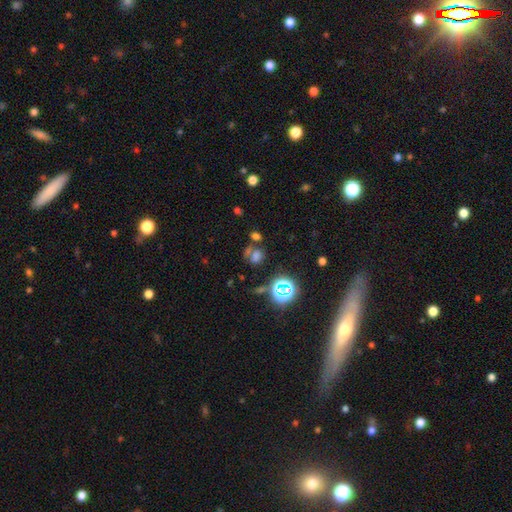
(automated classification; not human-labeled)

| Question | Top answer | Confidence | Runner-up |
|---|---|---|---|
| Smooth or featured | smooth | 46% | star or artifact (42%) |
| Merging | none | 54% | merger (27%) |